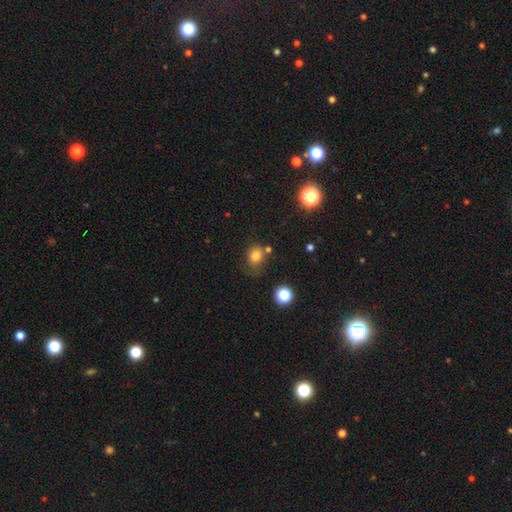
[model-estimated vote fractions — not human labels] A smooth galaxy with no disk features (79%) that is round (63%).

Vote fractions:
- Smooth or featured? smooth: 79% / star or artifact: 13% / featured or disk: 8%
- How rounded? round: 63% / in between: 36% / cigar-shaped: 1%
- Merging? none: 57% / minor disturbance: 24% / major disturbance: 10% / merger: 9%